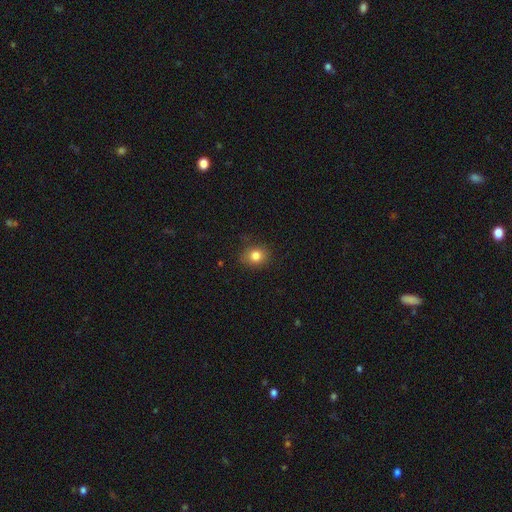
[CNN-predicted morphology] smooth_or_featured: smooth (p=0.82) [alt: star or artifact p=0.11]
how_rounded: round (p=0.61) [alt: in between p=0.38]
merging: none (p=0.83) [alt: minor disturbance p=0.12]